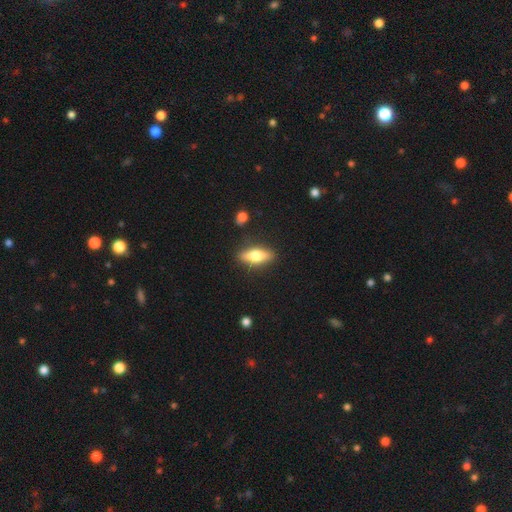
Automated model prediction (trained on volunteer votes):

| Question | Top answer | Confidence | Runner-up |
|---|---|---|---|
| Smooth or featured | smooth | 57% | featured or disk (36%) |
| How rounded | in between | 60% | cigar-shaped (36%) |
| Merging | none | 86% | minor disturbance (9%) |